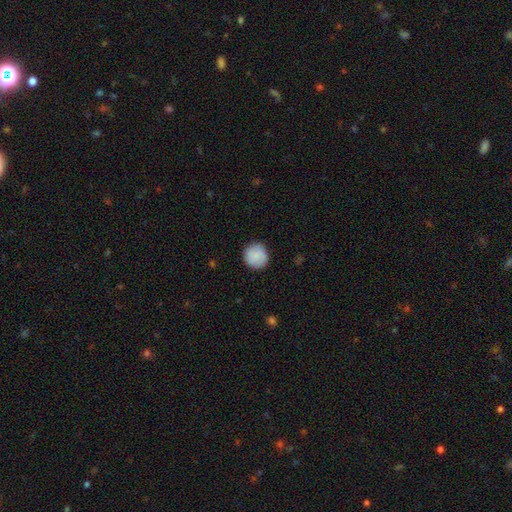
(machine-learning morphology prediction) A smooth galaxy with no disk features (87%) that is round (93%).

Vote fractions:
- Smooth or featured? smooth: 87% / star or artifact: 7% / featured or disk: 6%
- How rounded? round: 93% / in between: 6% / cigar-shaped: 1%
- Merging? none: 88% / minor disturbance: 8% / major disturbance: 2% / merger: 1%